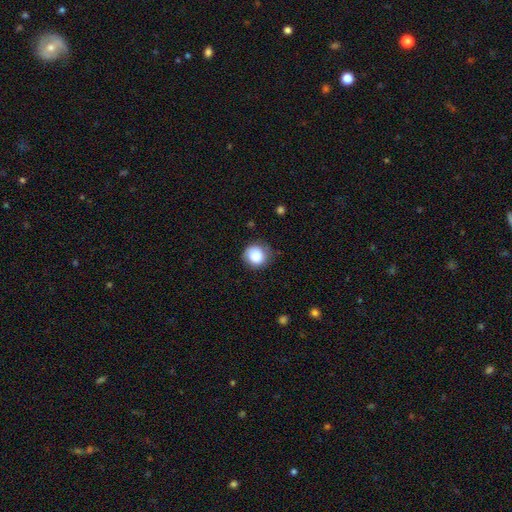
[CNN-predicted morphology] Smooth or featured? Predicted: smooth (p=0.87). How rounded? Predicted: round (p=0.90). Merging? Predicted: none (p=0.73).